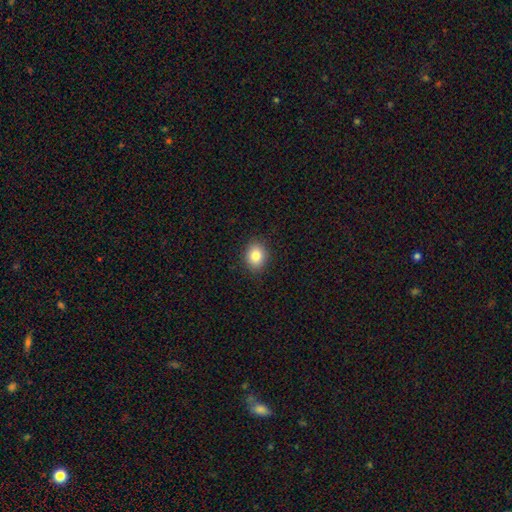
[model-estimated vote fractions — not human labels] Q: Smooth or featured?
A: smooth (84%); runner-up: star or artifact (9%)
Q: How rounded?
A: in between (50%); runner-up: round (49%)
Q: Merging?
A: none (89%); runner-up: minor disturbance (8%)